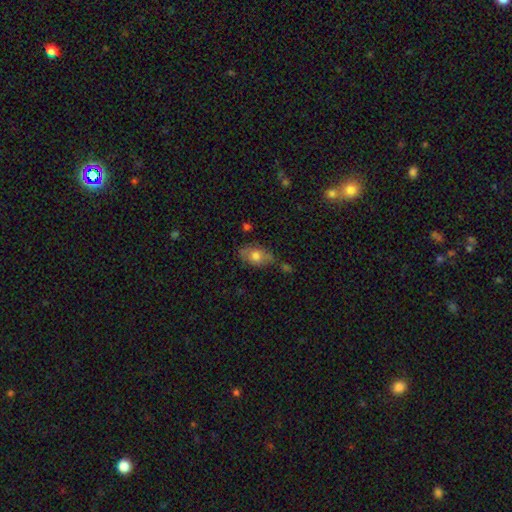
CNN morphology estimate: A smooth galaxy with no disk features (72%) that is in between round and cigar-shaped (88%). Merging: none (66%).